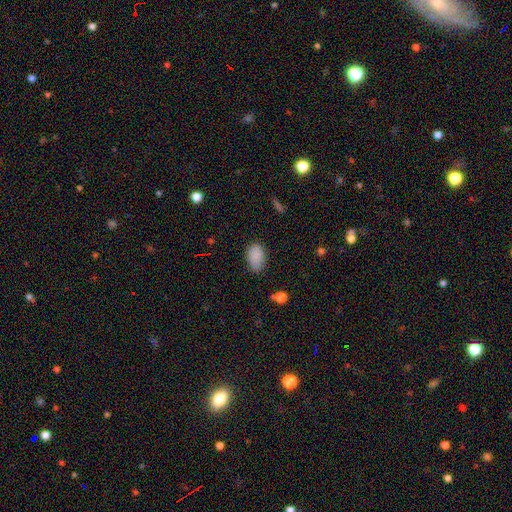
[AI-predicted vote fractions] Morphology: type=smooth (87%); roundness=in between (92%); merging=none (77%).